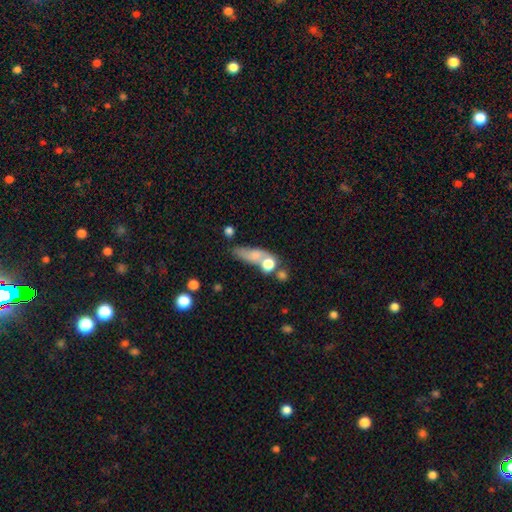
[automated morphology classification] A smooth galaxy with no disk features (66%) that is in between round and cigar-shaped (46%).

Vote fractions:
- Smooth or featured? smooth: 66% / featured or disk: 22% / star or artifact: 12%
- How rounded? in between: 46% / cigar-shaped: 33% / round: 21%
- Merging? none: 37% / merger: 28% / minor disturbance: 18% / major disturbance: 16%